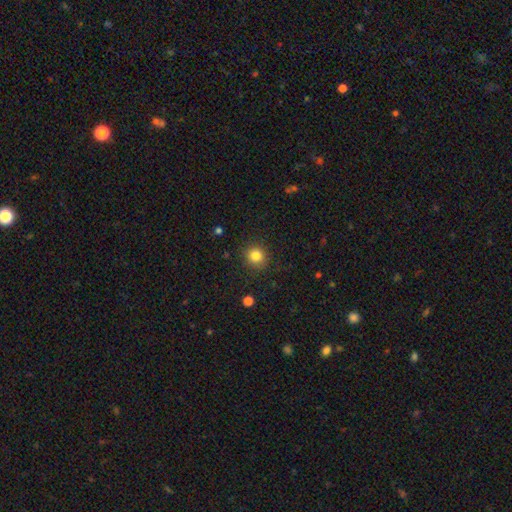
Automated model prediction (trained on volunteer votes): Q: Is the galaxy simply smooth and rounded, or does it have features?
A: smooth — 83%.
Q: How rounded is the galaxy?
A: round — 89%.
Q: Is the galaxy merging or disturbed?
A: none — 88%.